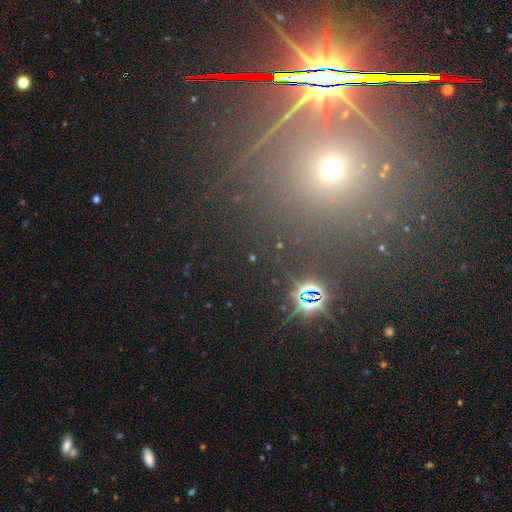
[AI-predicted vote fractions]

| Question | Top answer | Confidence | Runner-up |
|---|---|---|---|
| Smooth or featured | star or artifact | 61% | smooth (28%) |